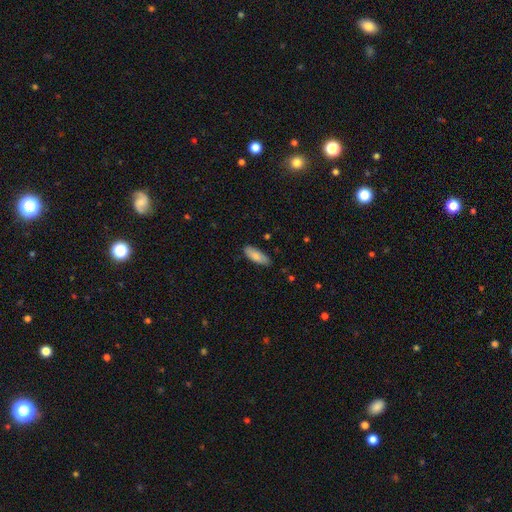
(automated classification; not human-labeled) The model was most divided on "how rounded": in between: 76%, cigar-shaped: 22%, round: 2%. More confident: merging — none (83%); smooth or featured — smooth (80%).